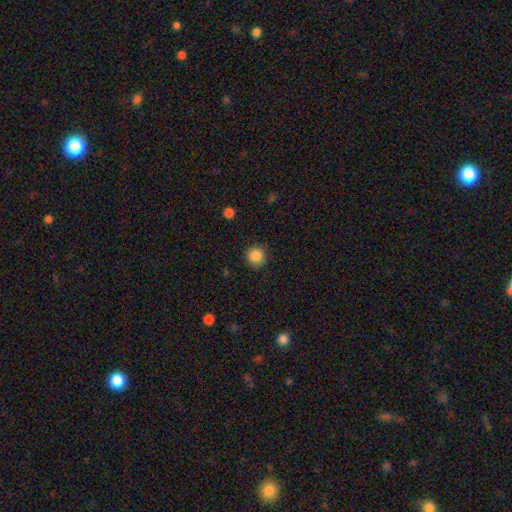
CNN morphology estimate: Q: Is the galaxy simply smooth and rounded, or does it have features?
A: smooth — 87%.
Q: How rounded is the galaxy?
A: round — 94%.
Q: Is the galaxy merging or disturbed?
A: none — 88%.